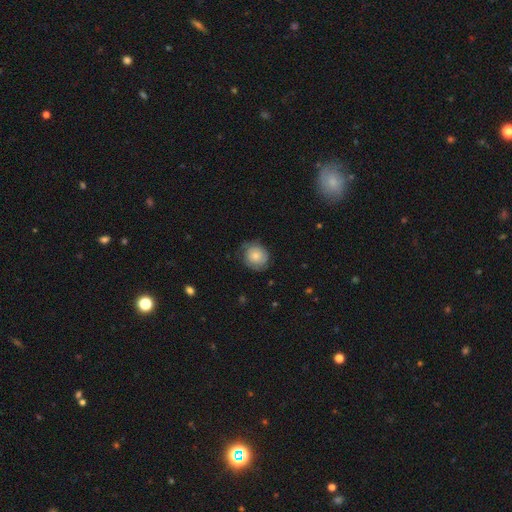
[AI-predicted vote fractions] Overall: smooth (52%; featured or disk 41%). How rounded: round (82%). Merging: none (68%).